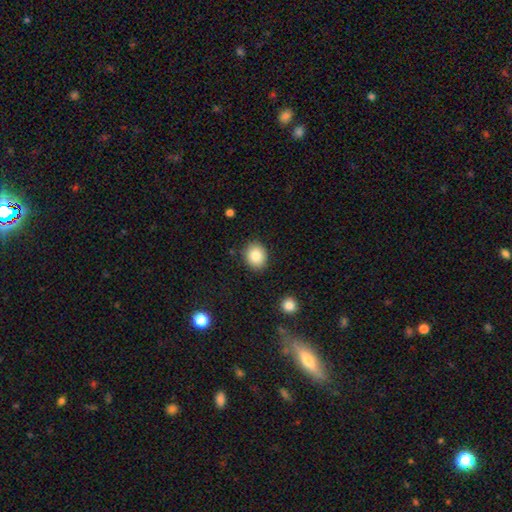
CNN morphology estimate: smooth-or-featured: smooth: 85% | star or artifact: 9% | featured or disk: 6%
  how-rounded: round: 69% | in between: 30% | cigar-shaped: 1%
  merging: none: 87% | minor disturbance: 9% | major disturbance: 2% | merger: 2%